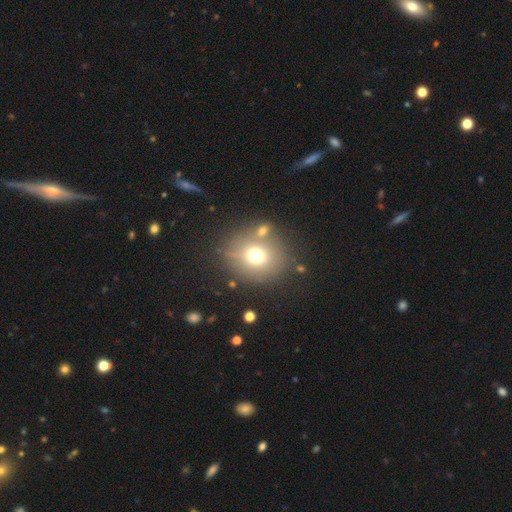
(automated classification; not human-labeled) Smooth or featured? Predicted: smooth (p=0.69). How rounded? Predicted: round (p=0.80). Merging? Predicted: none (p=0.71).